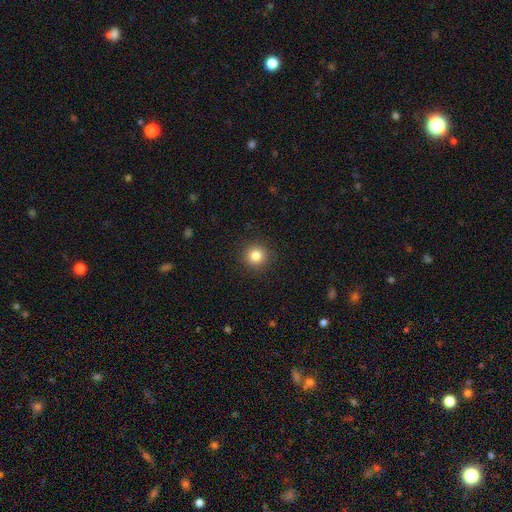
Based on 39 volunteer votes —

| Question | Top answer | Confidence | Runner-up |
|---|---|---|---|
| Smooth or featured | smooth | 82% | star or artifact (10%) |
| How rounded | round | 97% | in between (3%) |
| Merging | none | 91% | minor disturbance (3%) |